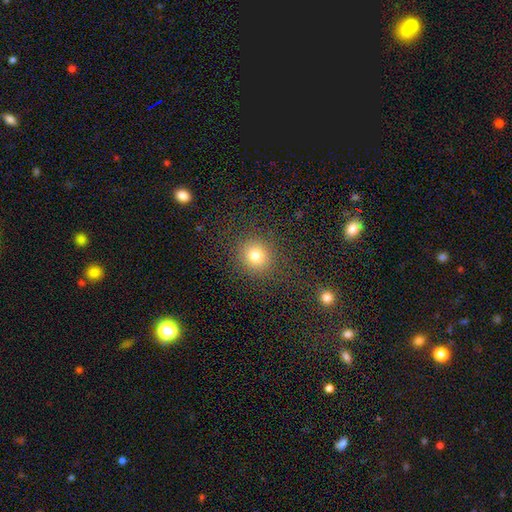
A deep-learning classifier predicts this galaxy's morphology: This appears to be a smooth galaxy with no disk features (78%) that is round (88%). Merging: none (87%).